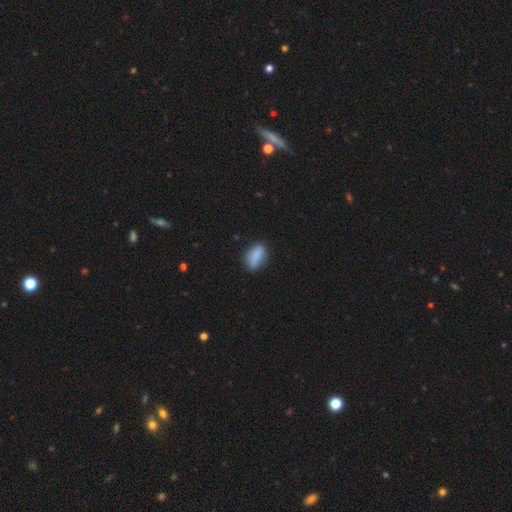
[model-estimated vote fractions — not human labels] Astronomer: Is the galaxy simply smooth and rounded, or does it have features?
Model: smooth — 85%.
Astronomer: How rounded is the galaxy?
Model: in between — 87%.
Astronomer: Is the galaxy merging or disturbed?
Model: none — 69%.